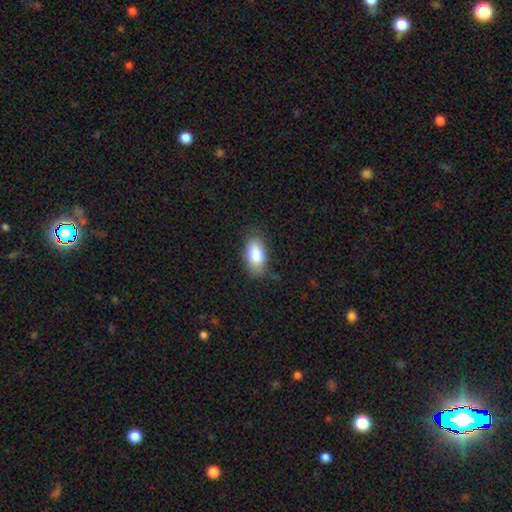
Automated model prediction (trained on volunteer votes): Smooth or featured? Predicted: smooth (p=0.83). How rounded? Predicted: in between (p=0.92). Merging? Predicted: none (p=0.74).